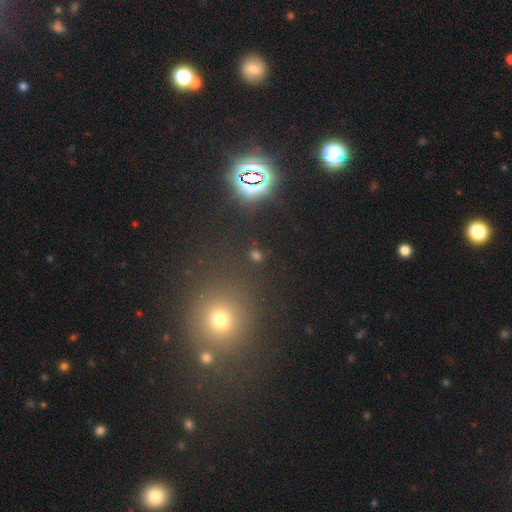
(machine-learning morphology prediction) A star or artifact, not a galaxy (50%).